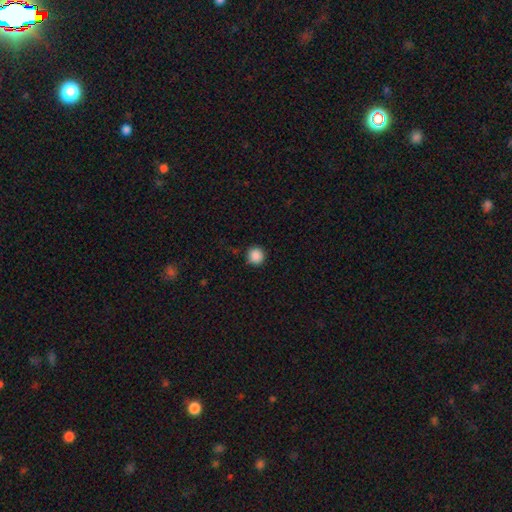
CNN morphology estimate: This appears to be a smooth galaxy with no disk features (88%) that is round (93%). Merging: none (87%).